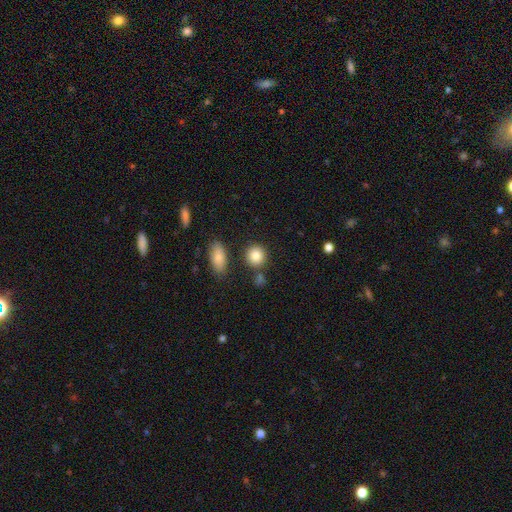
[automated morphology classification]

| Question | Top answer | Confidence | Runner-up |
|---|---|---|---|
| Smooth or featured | smooth | 84% | star or artifact (9%) |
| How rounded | round | 83% | in between (16%) |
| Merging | none | 81% | minor disturbance (9%) |